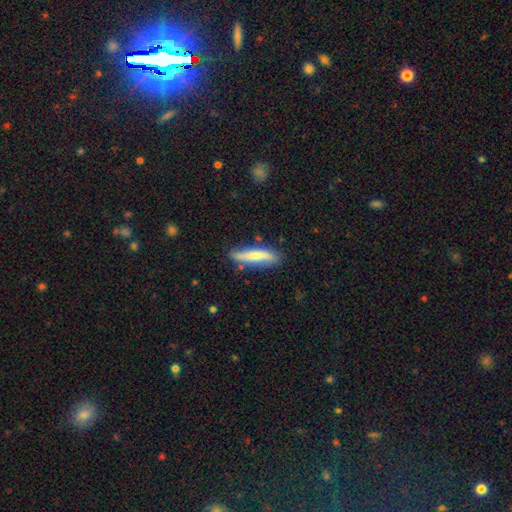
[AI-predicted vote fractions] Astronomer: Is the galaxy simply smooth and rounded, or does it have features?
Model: smooth — 67%.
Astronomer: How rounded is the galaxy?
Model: cigar-shaped — 79%.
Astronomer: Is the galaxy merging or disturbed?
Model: none — 76%.